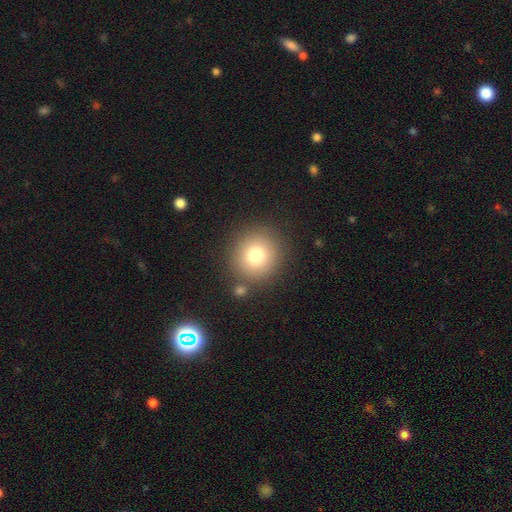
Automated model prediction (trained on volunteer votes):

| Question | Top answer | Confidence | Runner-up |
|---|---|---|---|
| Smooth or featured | smooth | 77% | star or artifact (12%) |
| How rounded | round | 91% | in between (8%) |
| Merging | none | 82% | minor disturbance (8%) |